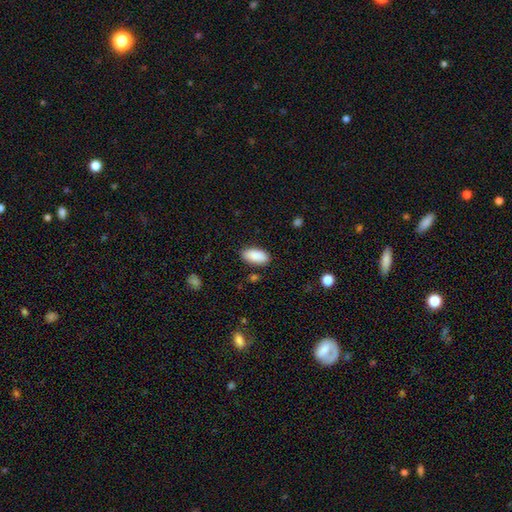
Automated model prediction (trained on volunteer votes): A smooth galaxy with no disk features (90%) that is in between round and cigar-shaped (93%). Merging: none (86%).